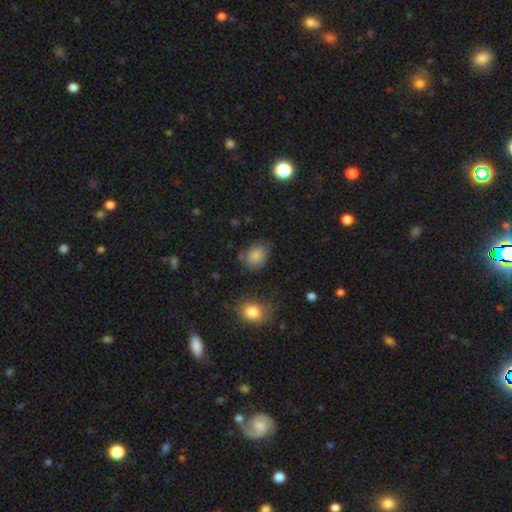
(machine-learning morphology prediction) Smooth or featured? Predicted: smooth (p=0.81). How rounded? Predicted: in between (p=0.54). Merging? Predicted: none (p=0.65).